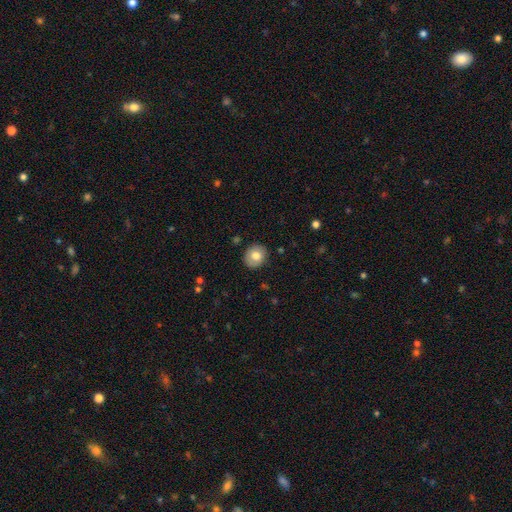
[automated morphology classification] Smooth or featured? Predicted: smooth (p=0.76). How rounded? Predicted: round (p=0.75). Merging? Predicted: none (p=0.89).